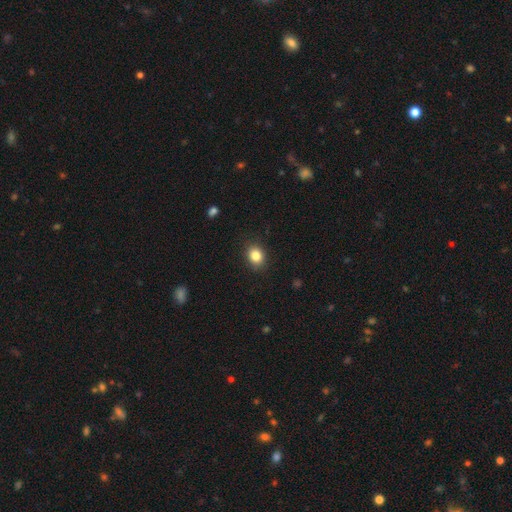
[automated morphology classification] A smooth galaxy with no disk features (85%) that is round (51%). Merging: none (88%).